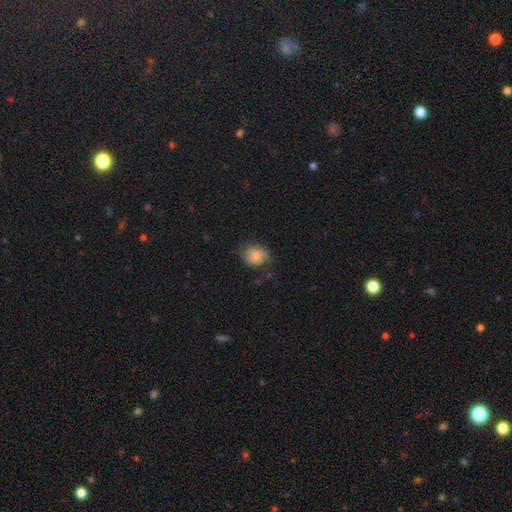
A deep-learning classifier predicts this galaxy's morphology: smooth_or_featured: smooth (p=0.79) [alt: featured or disk p=0.13]
how_rounded: round (p=0.50) [alt: in between p=0.49]
merging: none (p=0.63) [alt: minor disturbance p=0.27]